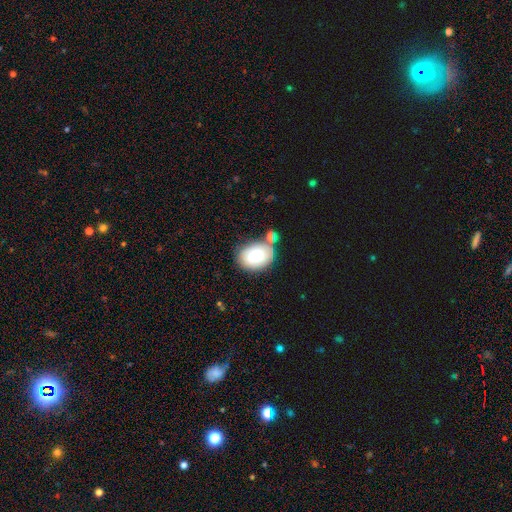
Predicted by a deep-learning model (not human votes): smooth_or_featured: smooth (p=0.75) [alt: featured or disk p=0.17]
how_rounded: in between (p=0.76) [alt: round p=0.23]
merging: none (p=0.68) [alt: minor disturbance p=0.17]